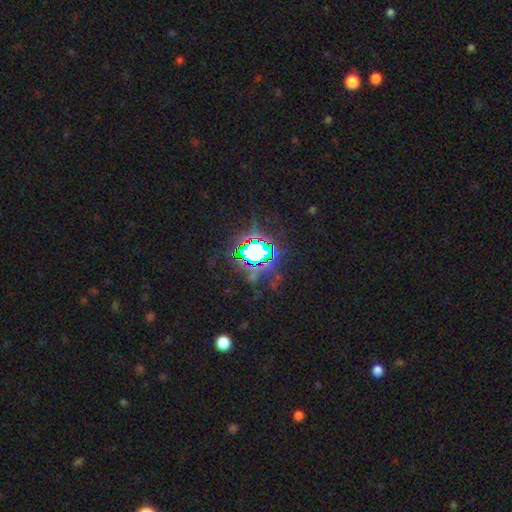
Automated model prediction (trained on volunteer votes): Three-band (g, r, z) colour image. It shows a star or artifact, not a galaxy (79%).